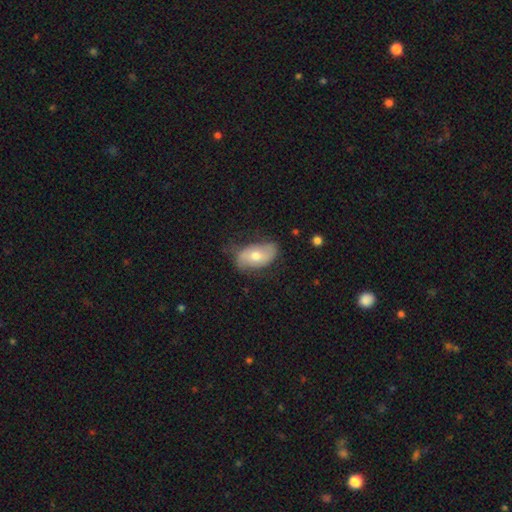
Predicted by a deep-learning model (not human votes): This appears to be a smooth galaxy with no disk features (57%) that is in between round and cigar-shaped (92%). Merging: none (63%).